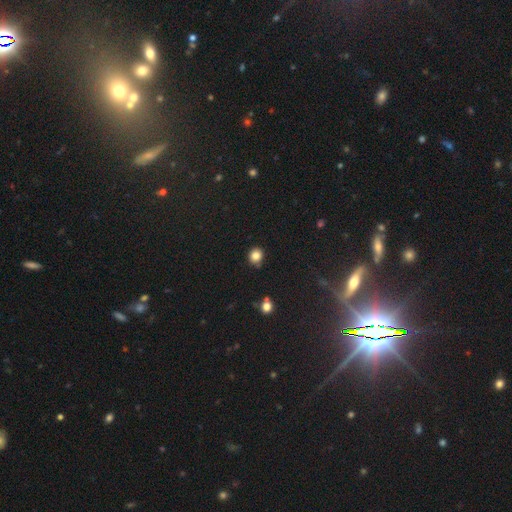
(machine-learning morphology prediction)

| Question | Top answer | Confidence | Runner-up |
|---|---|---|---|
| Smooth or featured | smooth | 83% | star or artifact (12%) |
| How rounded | round | 78% | in between (21%) |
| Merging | none | 78% | minor disturbance (16%) |